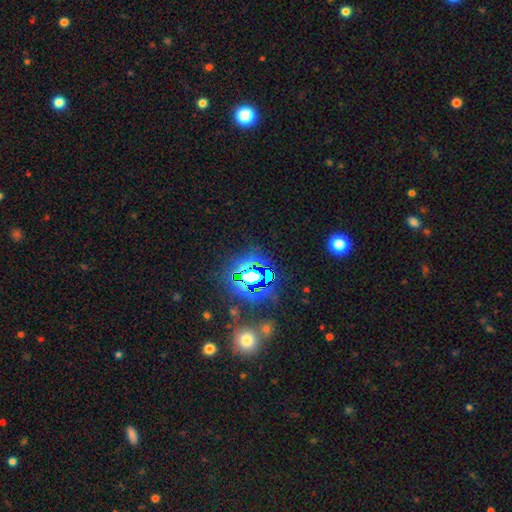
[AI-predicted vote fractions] smooth_or_featured: star or artifact (p=0.75) [alt: smooth p=0.17]